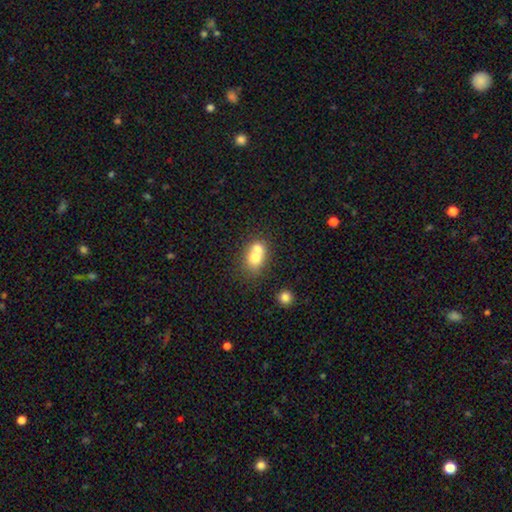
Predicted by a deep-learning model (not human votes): Morphology: type=smooth (70%); roundness=round (51%); merging=merger (62%).